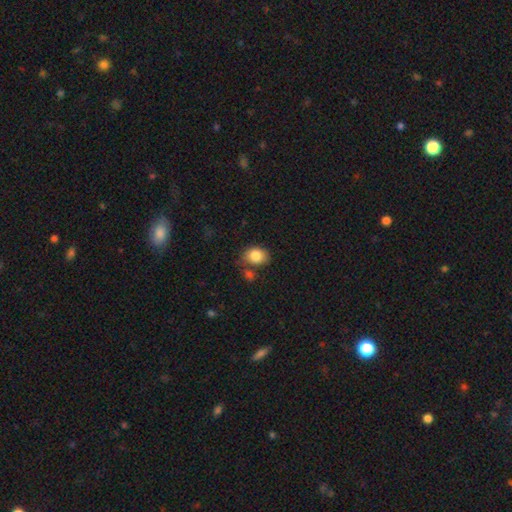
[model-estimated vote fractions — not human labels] The model was most divided on "how rounded": in between: 56%, round: 43%, cigar-shaped: 1%. More confident: smooth or featured — smooth (84%); merging — none (65%).